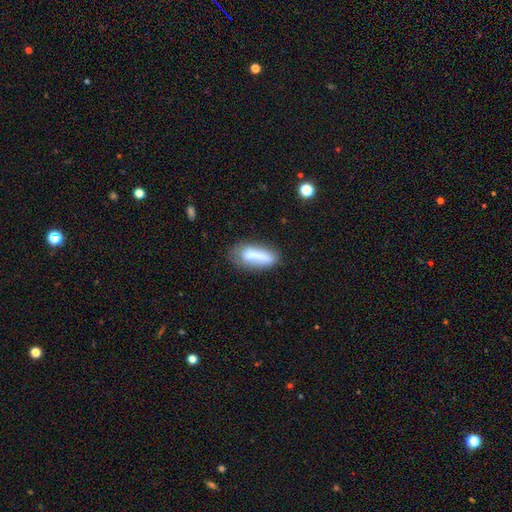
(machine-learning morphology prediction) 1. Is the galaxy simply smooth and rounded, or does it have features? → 75% smooth, 17% featured or disk, 8% star or artifact.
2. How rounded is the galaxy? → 61% in between, 36% cigar-shaped, 3% round.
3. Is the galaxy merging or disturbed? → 55% none, 26% minor disturbance, 10% major disturbance, 9% merger.